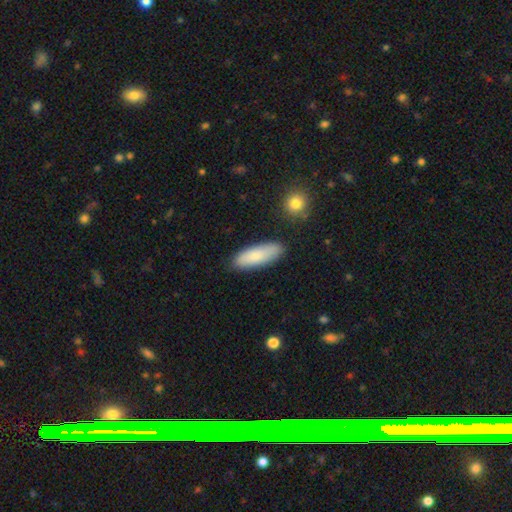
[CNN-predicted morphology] smooth-or-featured: smooth: 82% | featured or disk: 12% | star or artifact: 6%
  how-rounded: in between: 59% | cigar-shaped: 39% | round: 2%
  merging: none: 85% | minor disturbance: 11% | merger: 2% | major disturbance: 2%